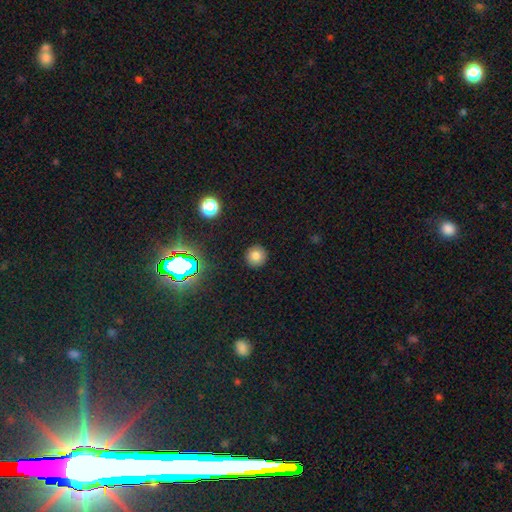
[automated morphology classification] Smooth or featured?
  - smooth: 76% *
  - star or artifact: 16%
  - featured or disk: 7%
How rounded?
  - round: 95% *
  - in between: 4%
  - cigar-shaped: 1%
Merging?
  - none: 91% *
  - minor disturbance: 6%
  - major disturbance: 2%
  - merger: 1%